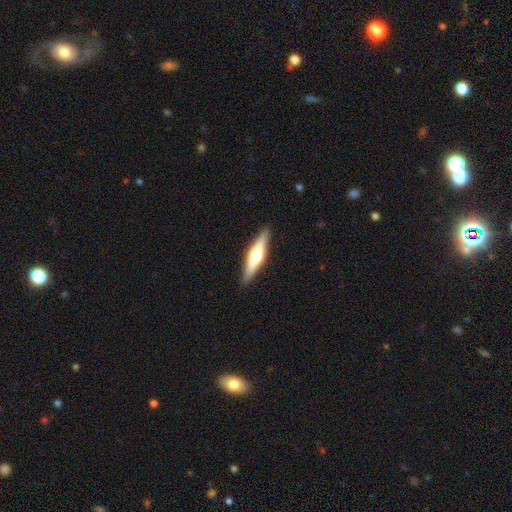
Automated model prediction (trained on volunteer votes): Overall: featured or disk (61%; smooth 34%). Edge-on disk: yes (97%). Edge-on bulge: rounded (89%). Merging: none (90%).